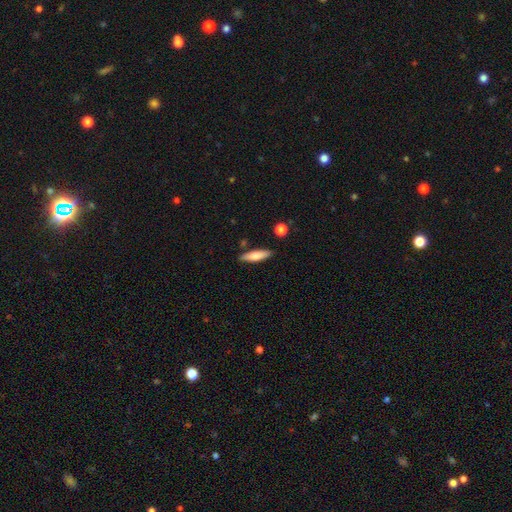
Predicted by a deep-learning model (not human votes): Smooth or featured?
  - smooth: 74% *
  - featured or disk: 19%
  - star or artifact: 6%
How rounded?
  - cigar-shaped: 68% *
  - in between: 30%
  - round: 2%
Merging?
  - none: 84% *
  - minor disturbance: 11%
  - merger: 3%
  - major disturbance: 2%